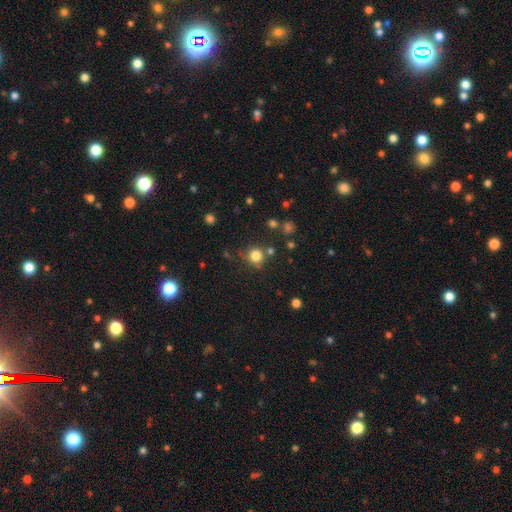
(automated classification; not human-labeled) Smooth or featured: smooth — 81% (star or artifact — 14%)
How rounded: round — 93% (in between — 6%)
Merging: none — 77% (minor disturbance — 11%)